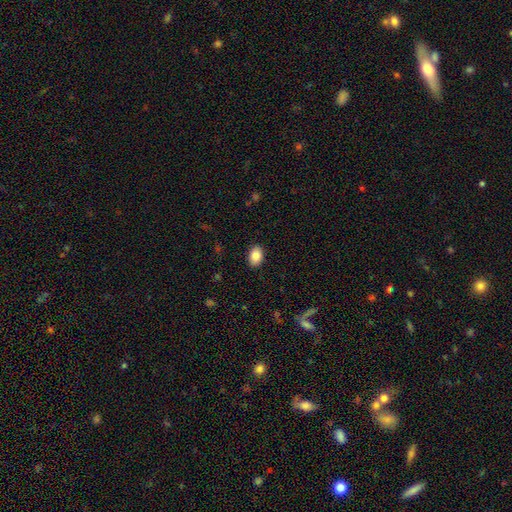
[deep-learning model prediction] A smooth galaxy with no disk features (86%) that is in between round and cigar-shaped (87%).

Vote fractions:
- Smooth or featured? smooth: 86% / star or artifact: 8% / featured or disk: 6%
- How rounded? in between: 87% / round: 12% / cigar-shaped: 1%
- Merging? none: 89% / minor disturbance: 8% / major disturbance: 2% / merger: 1%